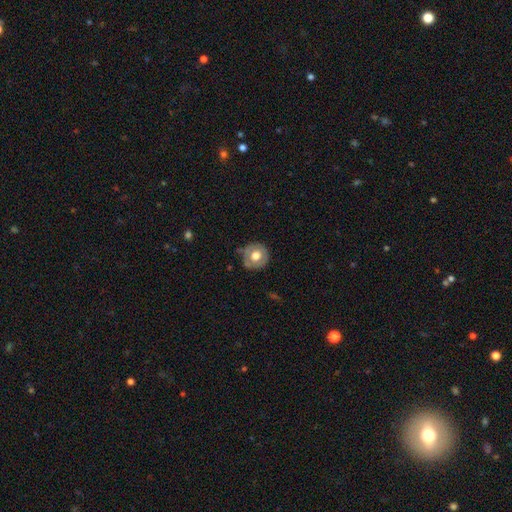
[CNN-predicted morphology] A smooth galaxy with no disk features (58%) that is round (89%).

Vote fractions:
- Smooth or featured? smooth: 58% / featured or disk: 35% / star or artifact: 7%
- How rounded? round: 89% / in between: 10% / cigar-shaped: 1%
- Merging? none: 78% / minor disturbance: 16% / major disturbance: 4% / merger: 2%